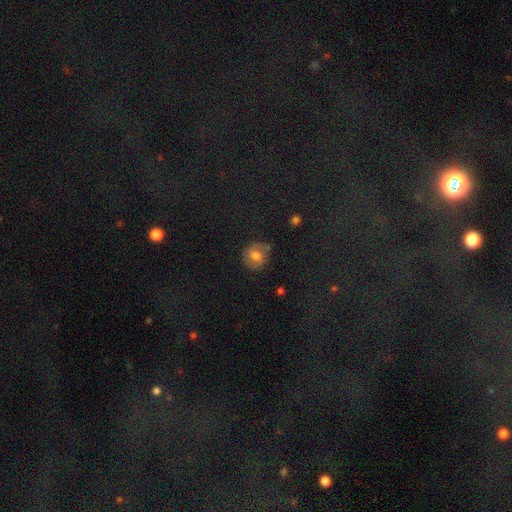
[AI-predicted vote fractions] smooth_or_featured: smooth (p=0.65) [alt: featured or disk p=0.23]
how_rounded: round (p=0.80) [alt: in between p=0.19]
merging: none (p=0.68) [alt: minor disturbance p=0.21]